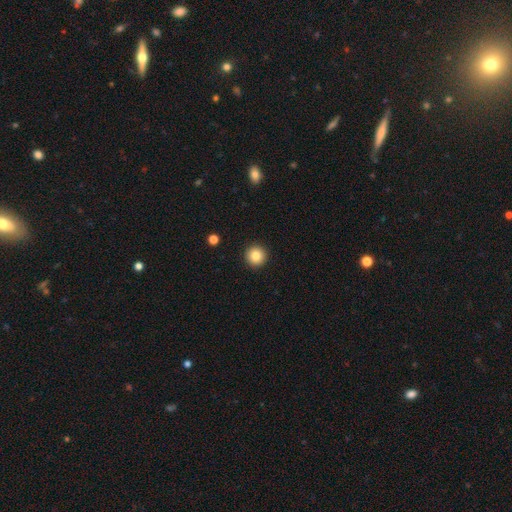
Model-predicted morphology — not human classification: Smooth or featured: smooth — 84% (star or artifact — 10%)
How rounded: round — 96% (in between — 3%)
Merging: none — 93% (minor disturbance — 4%)